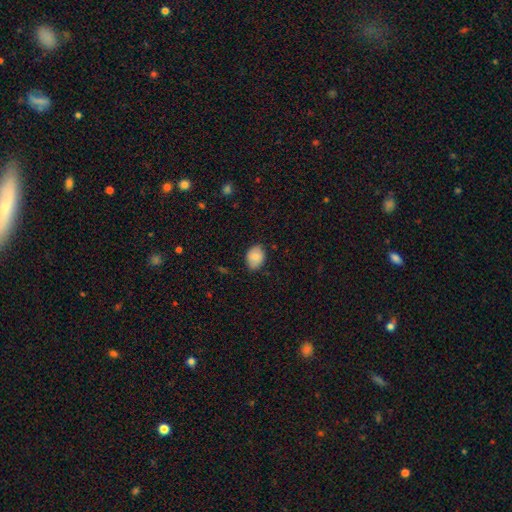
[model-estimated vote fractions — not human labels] A smooth galaxy with no disk features (83%) that is in between round and cigar-shaped (74%).

Vote fractions:
- Smooth or featured? smooth: 83% / featured or disk: 10% / star or artifact: 7%
- How rounded? in between: 74% / round: 25% / cigar-shaped: 1%
- Merging? none: 80% / minor disturbance: 17% / major disturbance: 3% / merger: 1%